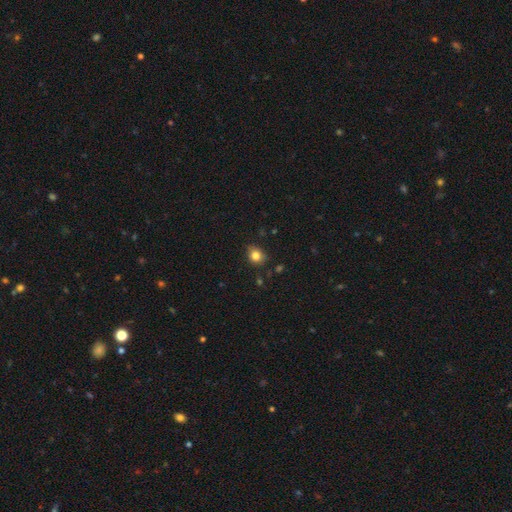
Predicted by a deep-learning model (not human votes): The model was most divided on "how rounded": round: 67%, in between: 32%, cigar-shaped: 1%. More confident: smooth or featured — smooth (81%); merging — none (78%).